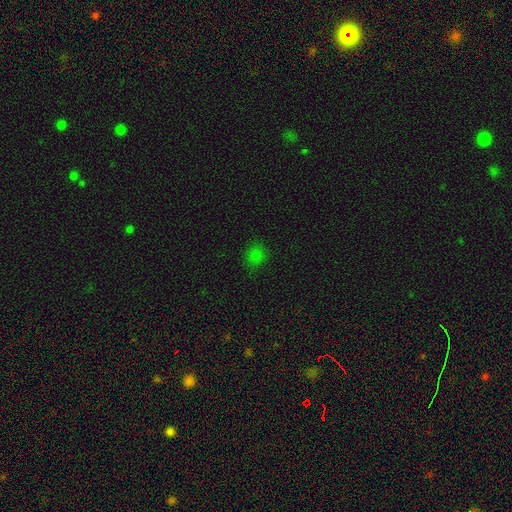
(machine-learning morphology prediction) smooth-or-featured: smooth: 74% | star or artifact: 21% | featured or disk: 5%
  how-rounded: round: 70% | in between: 29% | cigar-shaped: 1%
  merging: none: 81% | minor disturbance: 14% | major disturbance: 4% | merger: 2%